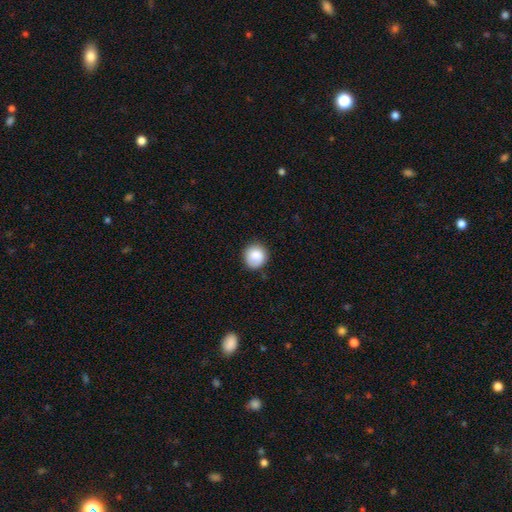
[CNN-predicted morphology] Smooth or featured: smooth — 86% (star or artifact — 8%)
How rounded: round — 88% (in between — 11%)
Merging: none — 80% (minor disturbance — 15%)